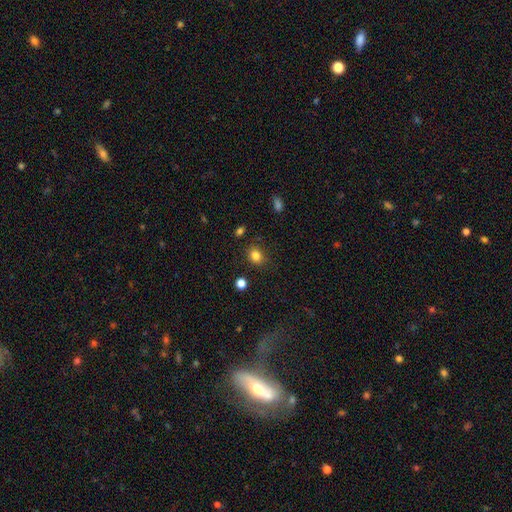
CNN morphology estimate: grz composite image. It shows a smooth galaxy with no disk features (83%) that is round (62%). Merging: none (82%).